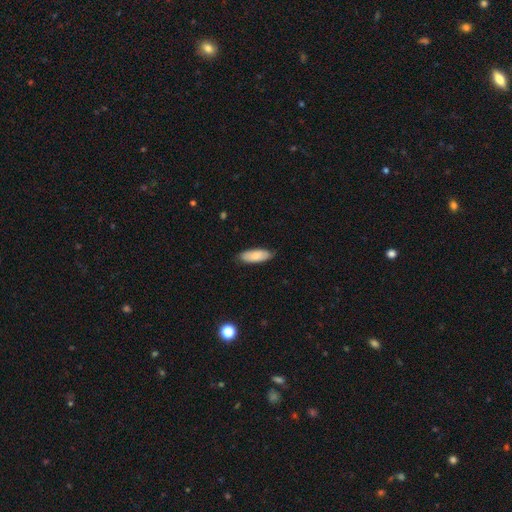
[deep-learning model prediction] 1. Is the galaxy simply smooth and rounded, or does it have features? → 84% smooth, 11% featured or disk, 6% star or artifact.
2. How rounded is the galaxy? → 72% in between, 26% cigar-shaped, 2% round.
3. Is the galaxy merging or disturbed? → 82% none, 14% minor disturbance, 2% major disturbance, 1% merger.